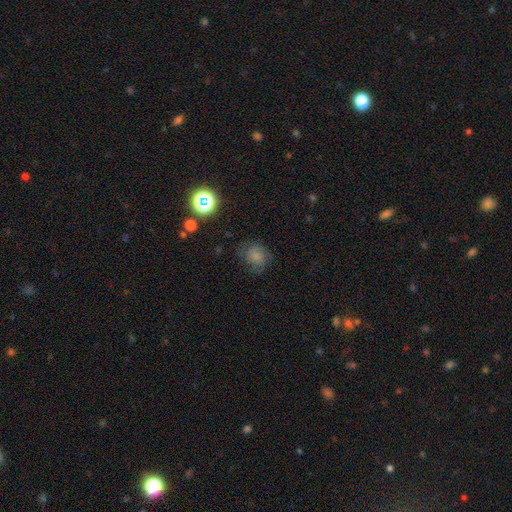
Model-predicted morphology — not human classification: This appears to be a smooth galaxy with no disk features (72%) that is round (69%). Merging: none (65%).